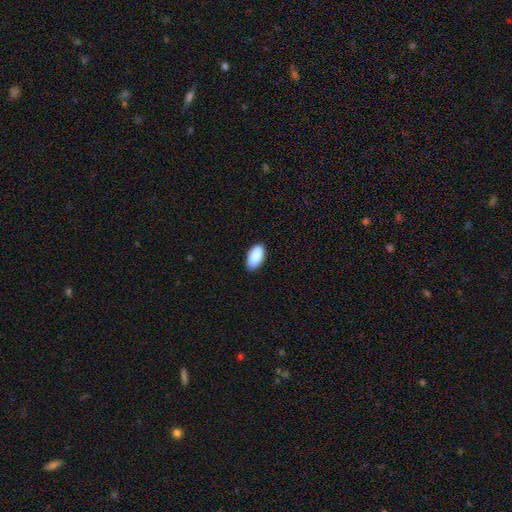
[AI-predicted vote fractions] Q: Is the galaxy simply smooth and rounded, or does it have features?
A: smooth — 91%.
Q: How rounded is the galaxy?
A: in between — 95%.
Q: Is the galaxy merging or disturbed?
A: none — 86%.